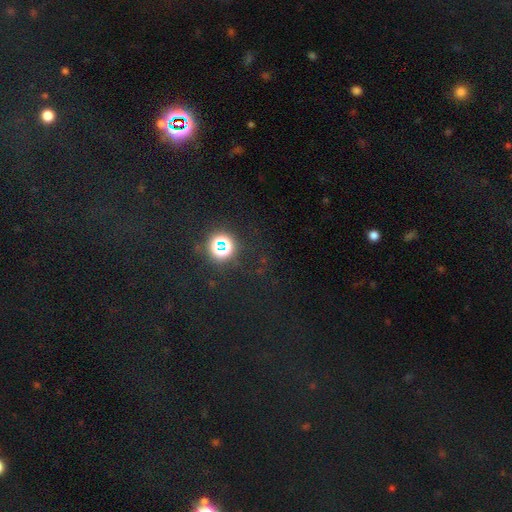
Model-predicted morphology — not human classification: Smooth or featured? star or artifact (66%)